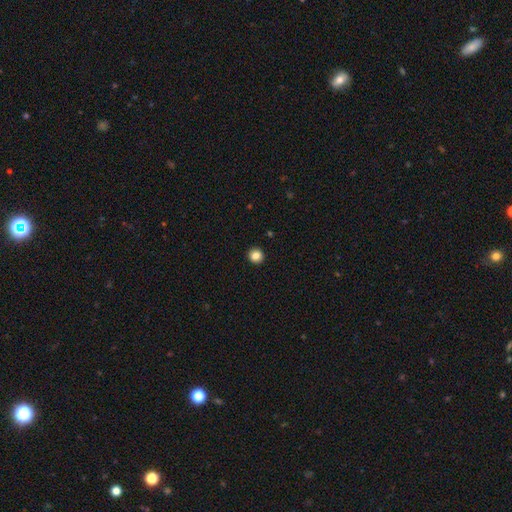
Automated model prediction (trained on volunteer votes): Smooth or featured: smooth — 85% (star or artifact — 11%)
How rounded: round — 95% (in between — 4%)
Merging: none — 94% (minor disturbance — 4%)